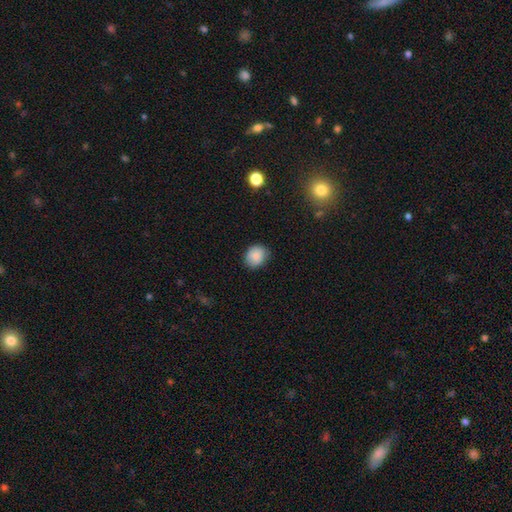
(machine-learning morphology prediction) smooth_or_featured: smooth (p=0.86) [alt: star or artifact p=0.08]
how_rounded: round (p=0.64) [alt: in between p=0.35]
merging: none (p=0.81) [alt: minor disturbance p=0.15]